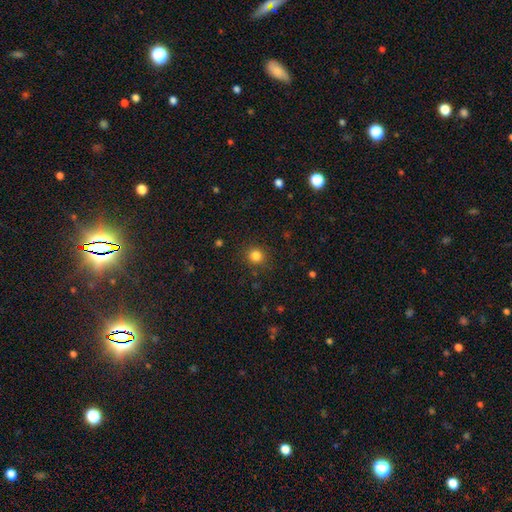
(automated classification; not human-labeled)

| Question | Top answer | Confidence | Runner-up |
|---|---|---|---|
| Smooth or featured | smooth | 83% | star or artifact (13%) |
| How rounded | round | 90% | in between (9%) |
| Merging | none | 89% | minor disturbance (7%) |